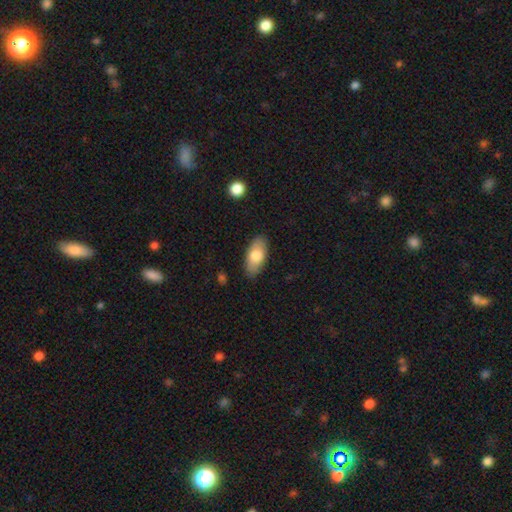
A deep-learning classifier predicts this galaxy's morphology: The model was most divided on "smooth or featured": smooth: 76%, featured or disk: 18%, star or artifact: 6%. More confident: how rounded — in between (90%); merging — none (85%).